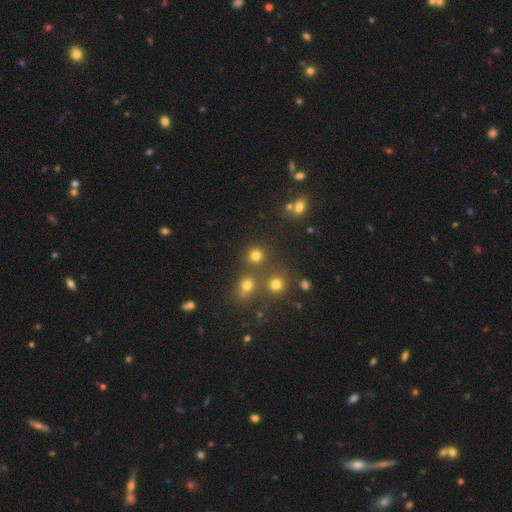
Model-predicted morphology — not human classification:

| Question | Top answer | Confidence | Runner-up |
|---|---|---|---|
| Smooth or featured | smooth | 77% | star or artifact (18%) |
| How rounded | round | 90% | in between (9%) |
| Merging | none | 76% | merger (13%) |